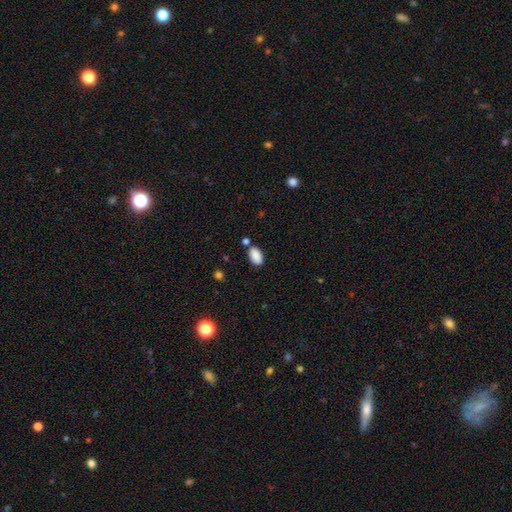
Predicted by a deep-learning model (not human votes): Smooth or featured? smooth (89%)
How rounded? in between (93%)
Merging? none (75%)